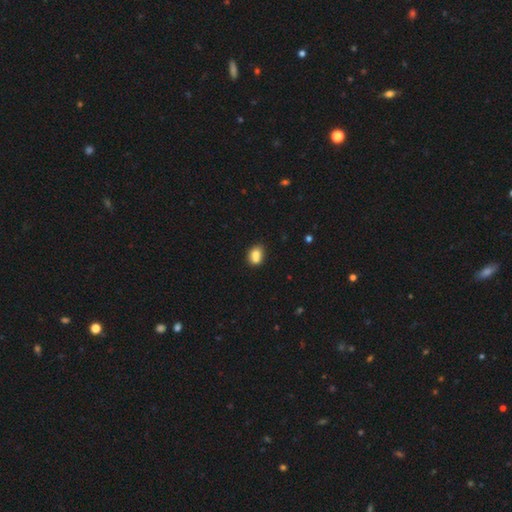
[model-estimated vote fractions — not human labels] The model was most divided on "merging": merger: 44%, none: 39%, minor disturbance: 13%, major disturbance: 4%. More confident: smooth or featured — smooth (76%); how rounded — in between (58%).